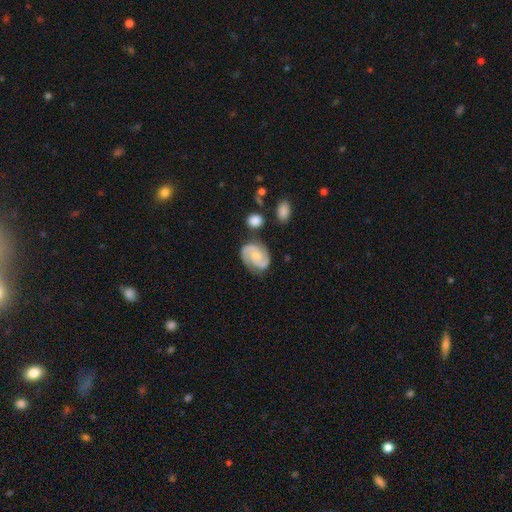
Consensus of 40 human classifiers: A featured or disk galaxy (78%) with no bar (45%), 2 (97%) tight (45%, tied with medium) spiral arms (100%) and a moderate central bulge (45%). Merging: none (68%).